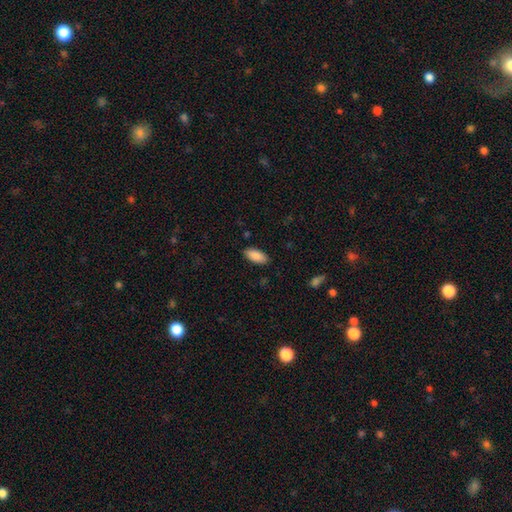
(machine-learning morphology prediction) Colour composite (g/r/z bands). It shows a smooth galaxy with no disk features (89%) that is in between round and cigar-shaped (89%). Merging: none (87%).